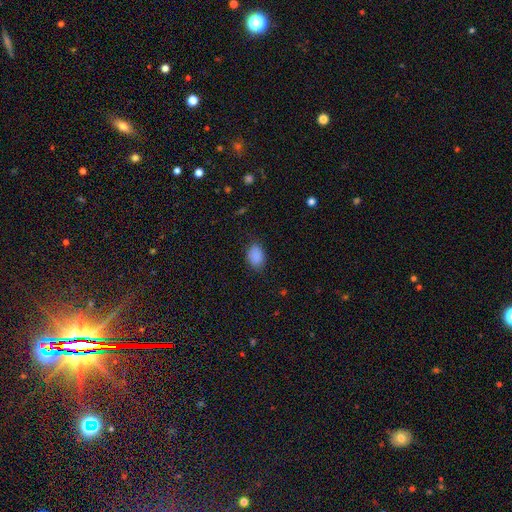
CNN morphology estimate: This is clearly a smooth galaxy (88%). How rounded: likely in between (80%). Merging: clearly none (81%).